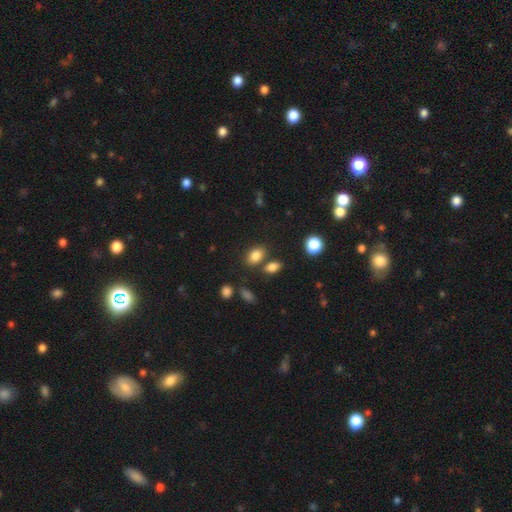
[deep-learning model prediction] Smooth or featured: smooth — 83% (star or artifact — 11%)
How rounded: in between — 79% (round — 20%)
Merging: none — 69% (merger — 15%)